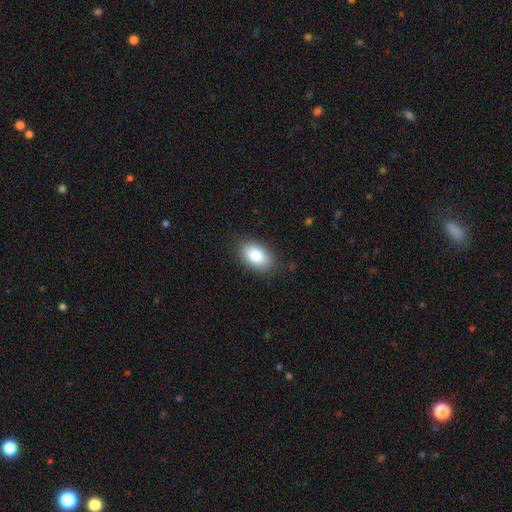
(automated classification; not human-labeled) Morphology: type=smooth (83%); roundness=in between (91%); merging=none (86%).